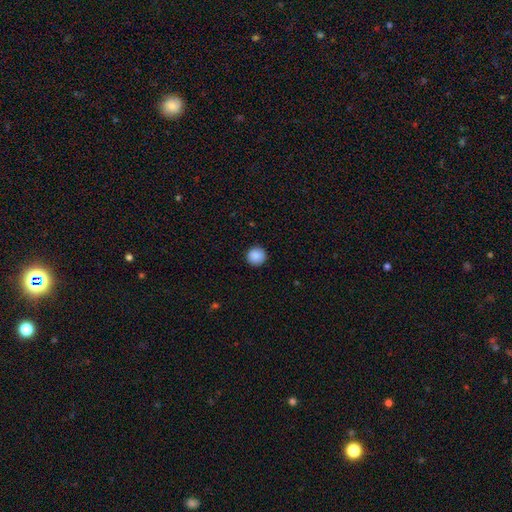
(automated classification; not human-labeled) Smooth or featured?
  - smooth: 89% *
  - star or artifact: 8%
  - featured or disk: 3%
How rounded?
  - round: 95% *
  - in between: 4%
  - cigar-shaped: 1%
Merging?
  - none: 91% *
  - minor disturbance: 6%
  - major disturbance: 2%
  - merger: 1%